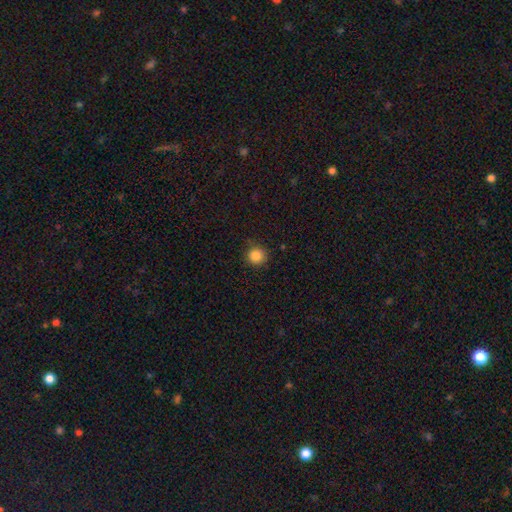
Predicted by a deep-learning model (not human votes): smooth 85%, star or artifact 11%, featured or disk 4%. Down the decision tree: how rounded — round (93%); merging — none (88%).